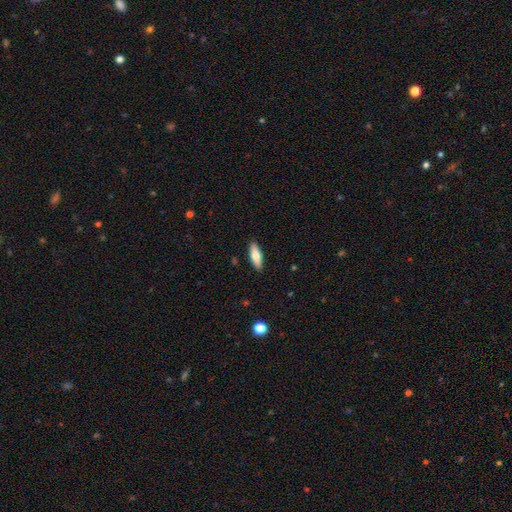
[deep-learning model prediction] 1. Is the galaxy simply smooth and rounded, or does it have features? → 73% smooth, 21% featured or disk, 6% star or artifact.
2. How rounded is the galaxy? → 55% in between, 43% cigar-shaped, 2% round.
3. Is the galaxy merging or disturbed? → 89% none, 8% minor disturbance, 2% major disturbance, 1% merger.